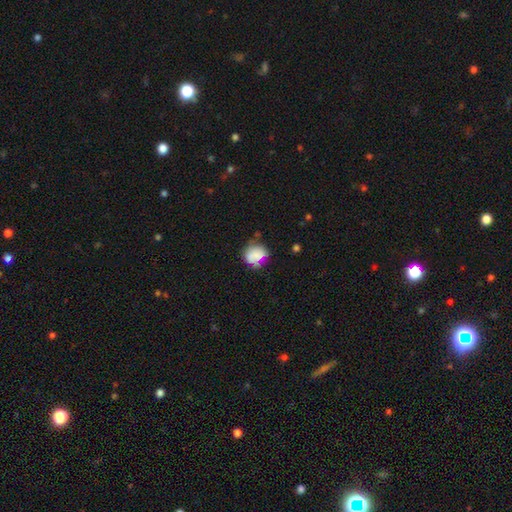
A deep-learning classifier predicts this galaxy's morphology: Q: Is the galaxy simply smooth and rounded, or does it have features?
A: smooth — 72%.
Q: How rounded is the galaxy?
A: round — 76%.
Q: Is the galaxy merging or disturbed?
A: none — 58%.